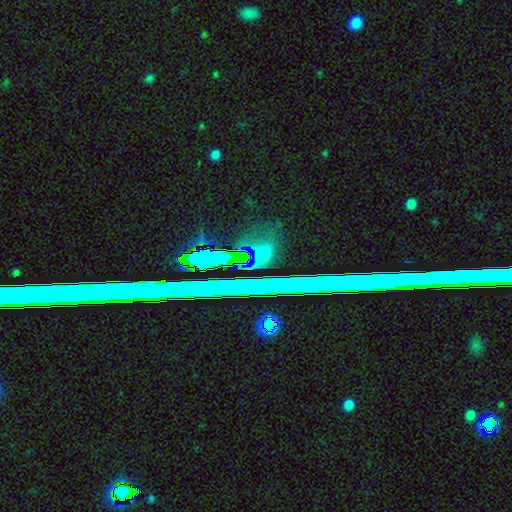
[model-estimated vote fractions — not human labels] A star or artifact, not a galaxy (71%).